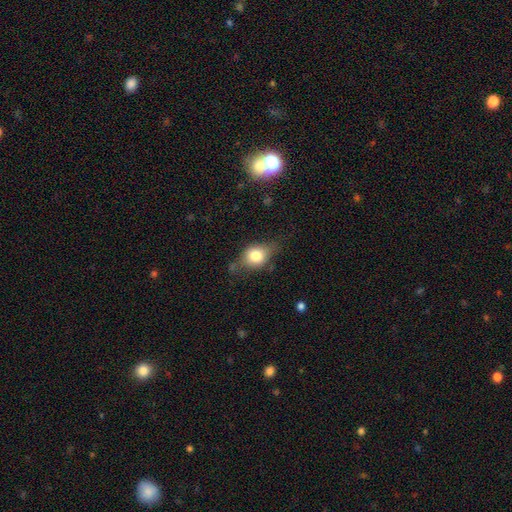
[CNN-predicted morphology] smooth 70%, featured or disk 21%, star or artifact 9%. Down the decision tree: how rounded — in between (54%); merging — none (55%).